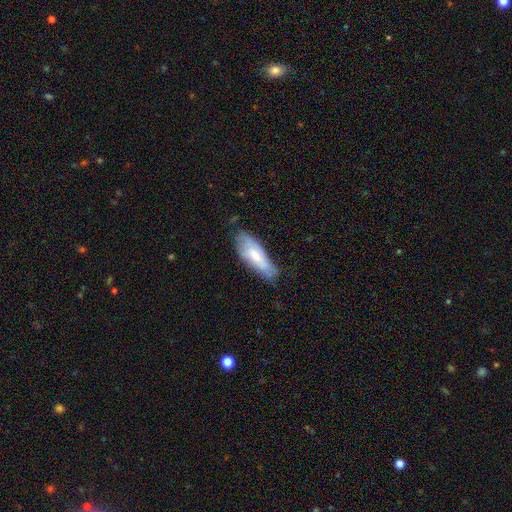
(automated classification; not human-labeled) Smooth or featured? smooth (49%)
Merging? none (61%)